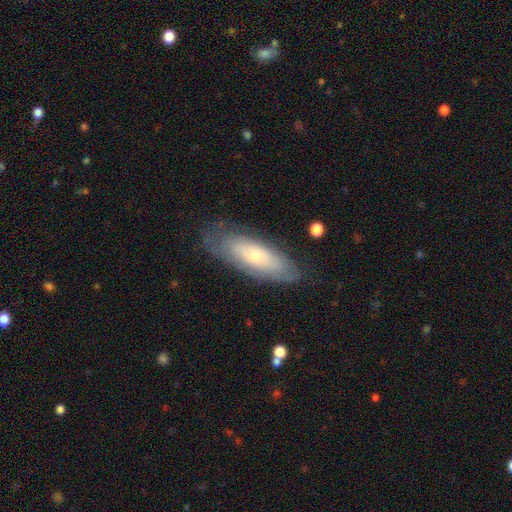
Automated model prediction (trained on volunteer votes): smooth-or-featured: featured or disk: 51% | smooth: 42% | star or artifact: 7%
  disk-edge-on: no: 75% | yes: 25%
  merging: none: 73% | minor disturbance: 19% | major disturbance: 6% | merger: 1%